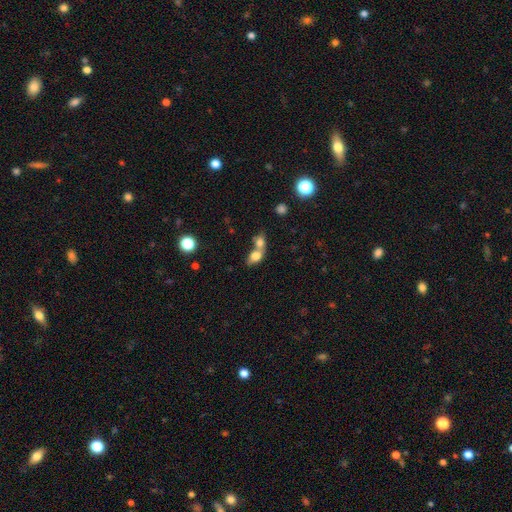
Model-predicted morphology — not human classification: type=smooth (76%); roundness=in between (63%); merging=merger (71%).